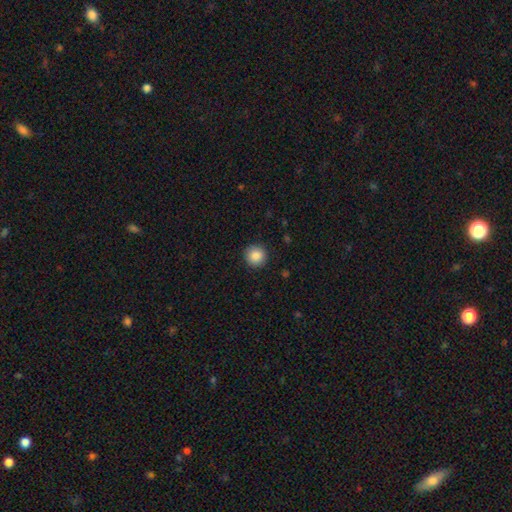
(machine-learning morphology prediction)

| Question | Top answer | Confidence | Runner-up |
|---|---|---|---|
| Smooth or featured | smooth | 87% | star or artifact (9%) |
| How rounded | round | 95% | in between (4%) |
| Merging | none | 92% | minor disturbance (6%) |